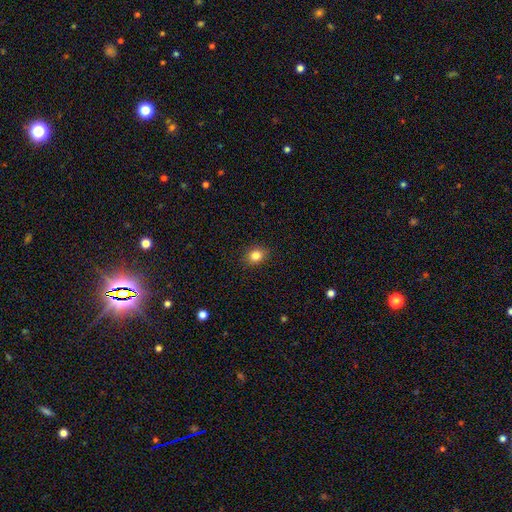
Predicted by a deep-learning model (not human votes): A smooth galaxy with no disk features (84%) that is round (59%). Merging: none (89%).